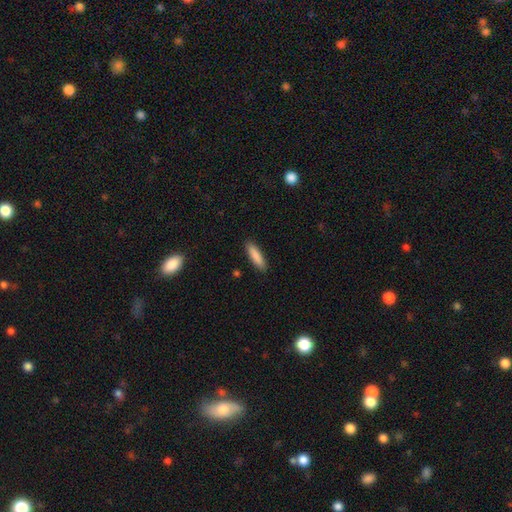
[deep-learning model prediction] Smooth or featured?
  - smooth: 87% *
  - featured or disk: 7%
  - star or artifact: 6%
How rounded?
  - cigar-shaped: 69% *
  - in between: 30%
  - round: 1%
Merging?
  - none: 89% *
  - minor disturbance: 8%
  - major disturbance: 2%
  - merger: 1%